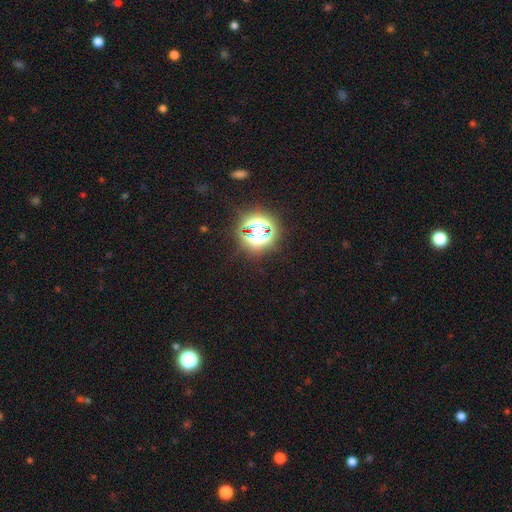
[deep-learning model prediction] This appears to be a star or artifact, not a galaxy (81%).